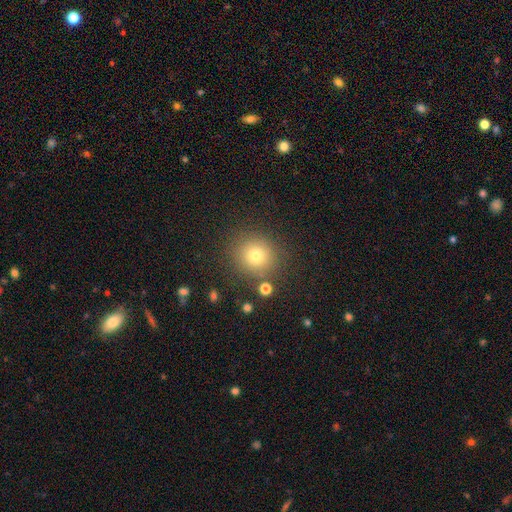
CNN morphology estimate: Overall: smooth (74%). How rounded: round (91%). Merging: none (86%).